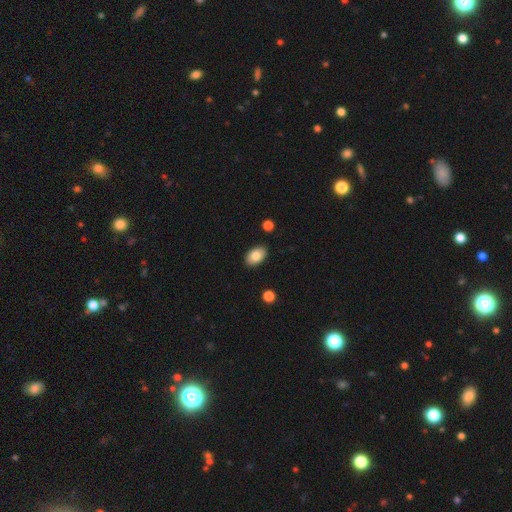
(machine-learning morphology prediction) Overall: smooth (84%). How rounded: in between (92%). Merging: none (88%).